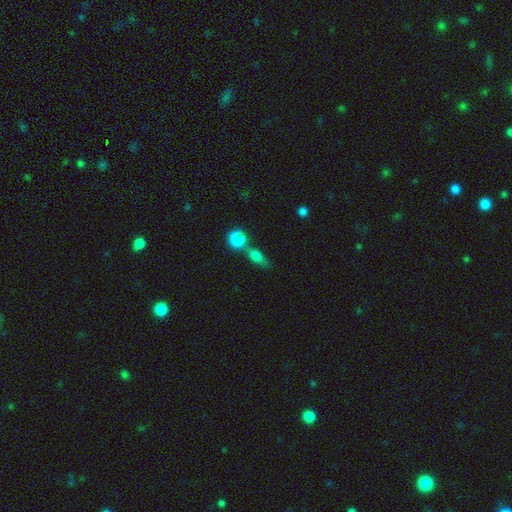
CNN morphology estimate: A smooth galaxy with no disk features (70%) that is in between round and cigar-shaped (53%). Merging: none (45%).